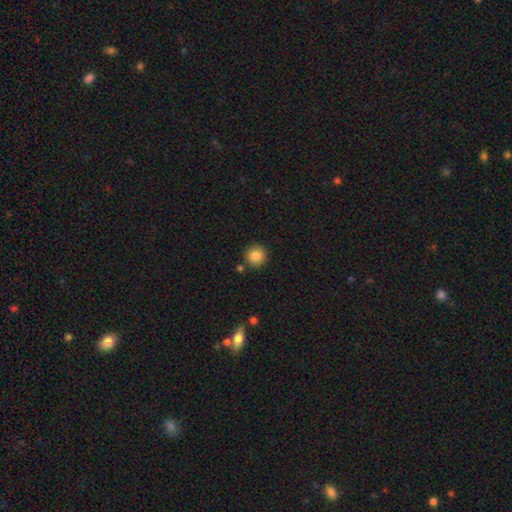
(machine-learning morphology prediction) Smooth or featured? smooth (86%)
How rounded? round (94%)
Merging? none (87%)